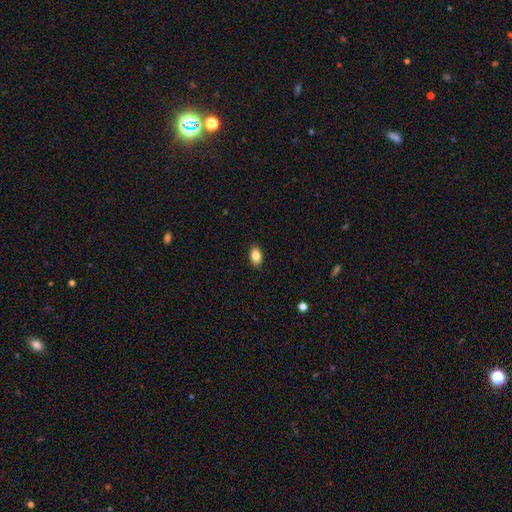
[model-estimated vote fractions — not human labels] smooth_or_featured: smooth (p=0.84) [alt: star or artifact p=0.08]
how_rounded: in between (p=0.89) [alt: round p=0.08]
merging: none (p=0.89) [alt: minor disturbance p=0.08]